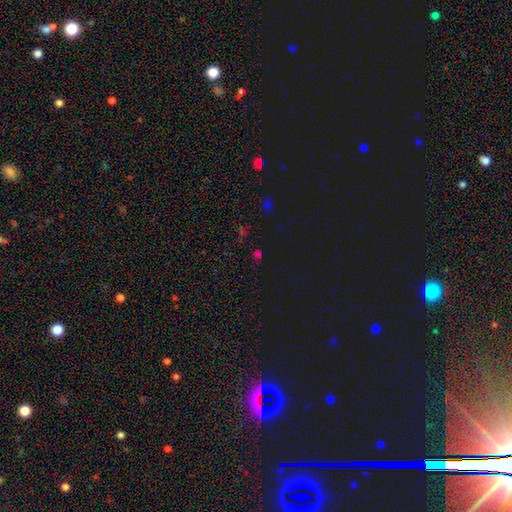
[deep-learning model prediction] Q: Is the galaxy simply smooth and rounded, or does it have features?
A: star or artifact — 59%.